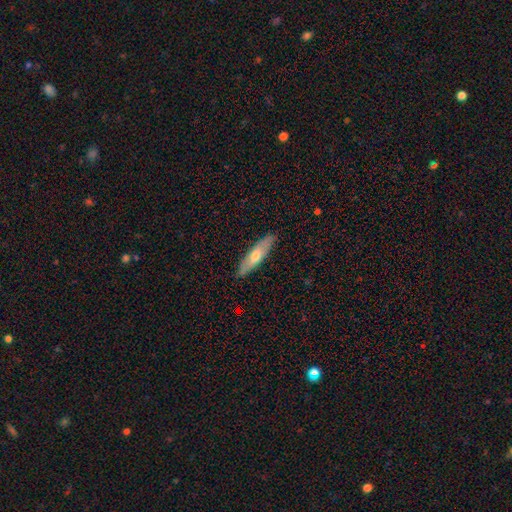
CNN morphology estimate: smooth_or_featured: smooth (p=0.56) [alt: featured or disk p=0.39]
how_rounded: cigar-shaped (p=0.70) [alt: in between p=0.28]
merging: none (p=0.88) [alt: minor disturbance p=0.10]